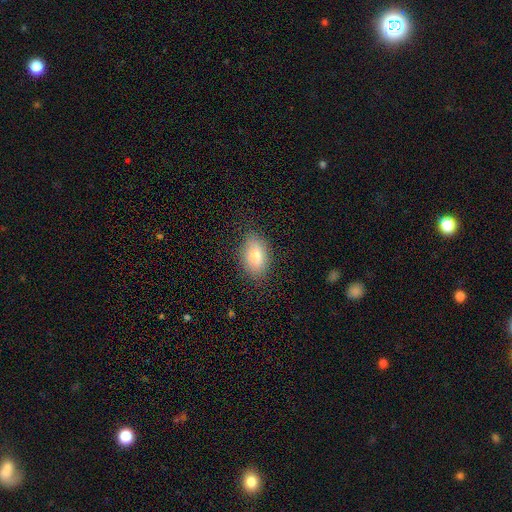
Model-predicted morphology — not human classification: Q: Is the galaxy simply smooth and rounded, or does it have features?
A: smooth — 78%.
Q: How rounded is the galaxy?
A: in between — 88%.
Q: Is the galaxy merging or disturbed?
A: none — 84%.